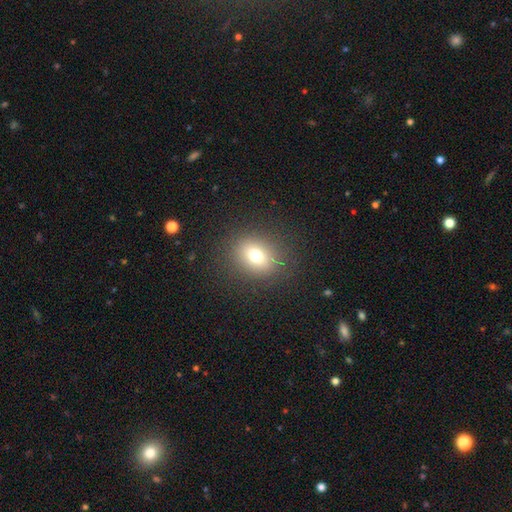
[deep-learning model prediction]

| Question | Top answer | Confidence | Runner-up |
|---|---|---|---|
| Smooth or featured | smooth | 71% | star or artifact (16%) |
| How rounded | round | 60% | in between (39%) |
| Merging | none | 87% | minor disturbance (8%) |